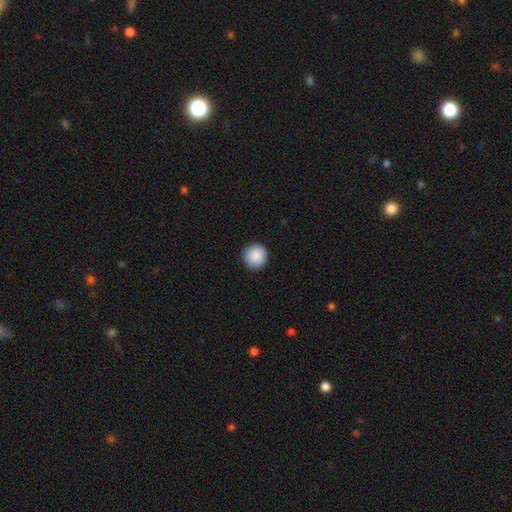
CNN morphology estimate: A smooth galaxy with no disk features (89%) that is round (95%).

Vote fractions:
- Smooth or featured? smooth: 89% / star or artifact: 7% / featured or disk: 3%
- How rounded? round: 95% / in between: 4% / cigar-shaped: 1%
- Merging? none: 92% / minor disturbance: 6% / major disturbance: 2% / merger: 1%